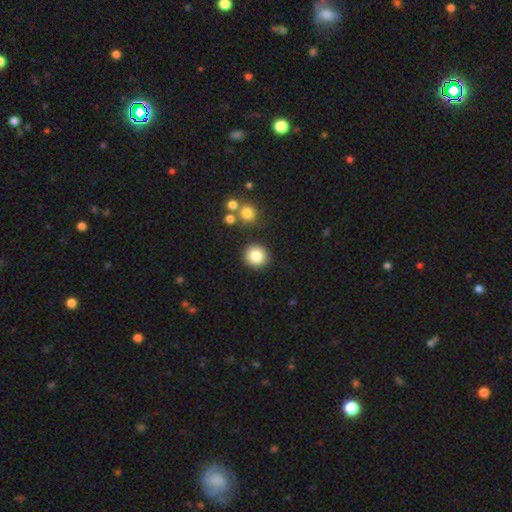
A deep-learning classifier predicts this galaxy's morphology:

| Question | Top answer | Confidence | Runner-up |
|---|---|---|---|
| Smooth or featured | smooth | 84% | star or artifact (10%) |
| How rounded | round | 91% | in between (8%) |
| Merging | none | 87% | minor disturbance (7%) |